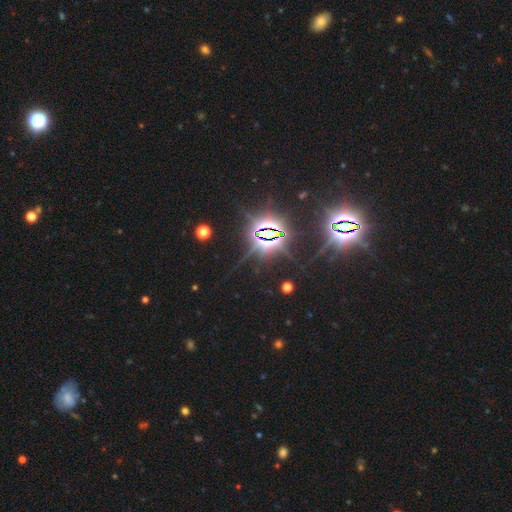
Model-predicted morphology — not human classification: smooth_or_featured: star or artifact (p=0.84) [alt: smooth p=0.10]